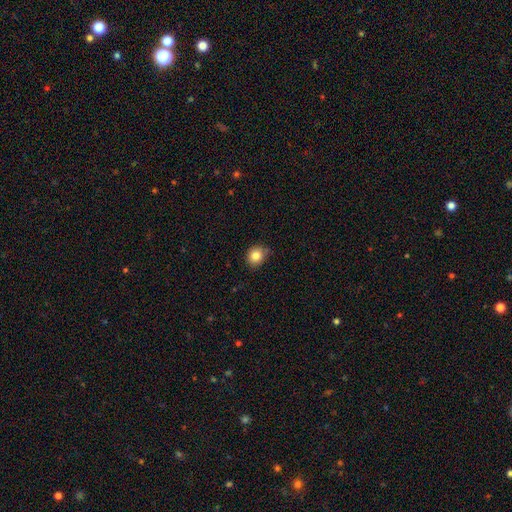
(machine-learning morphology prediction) This is clearly a smooth galaxy (83%). How rounded: likely round (76%). Merging: likely none (73%).